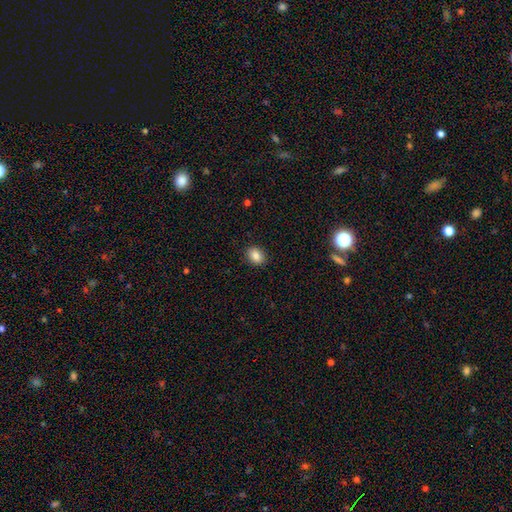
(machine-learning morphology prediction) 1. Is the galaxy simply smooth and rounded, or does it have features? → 86% smooth, 9% star or artifact, 5% featured or disk.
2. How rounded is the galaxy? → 58% in between, 41% round, 1% cigar-shaped.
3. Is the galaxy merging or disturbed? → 90% none, 7% minor disturbance, 2% major disturbance, 1% merger.